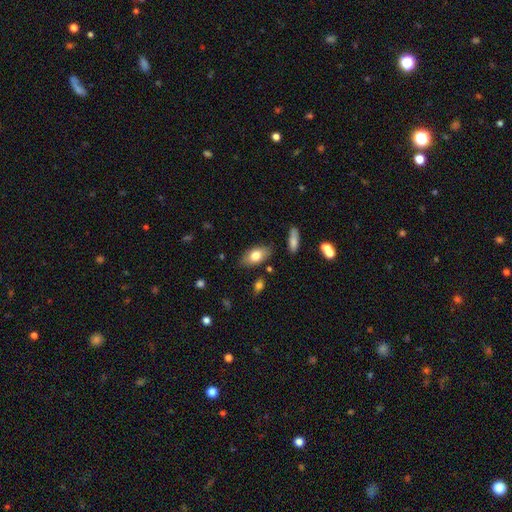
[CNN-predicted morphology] A smooth galaxy with no disk features (75%) that is in between round and cigar-shaped (91%). Merging: none (82%).